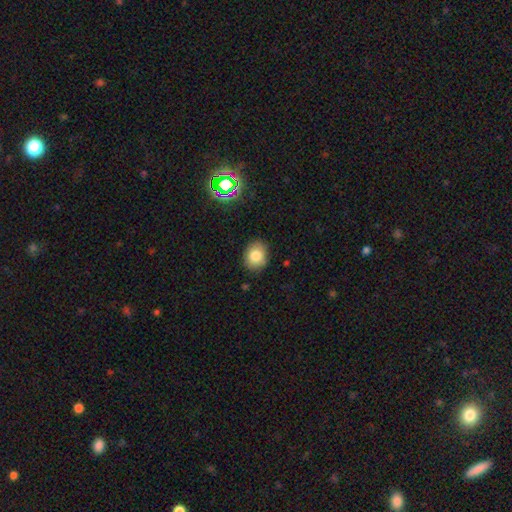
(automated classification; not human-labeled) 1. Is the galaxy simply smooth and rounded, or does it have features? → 80% smooth, 10% star or artifact, 9% featured or disk.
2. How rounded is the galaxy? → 54% round, 45% in between, 1% cigar-shaped.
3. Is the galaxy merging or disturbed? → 84% none, 13% minor disturbance, 2% major disturbance, 1% merger.